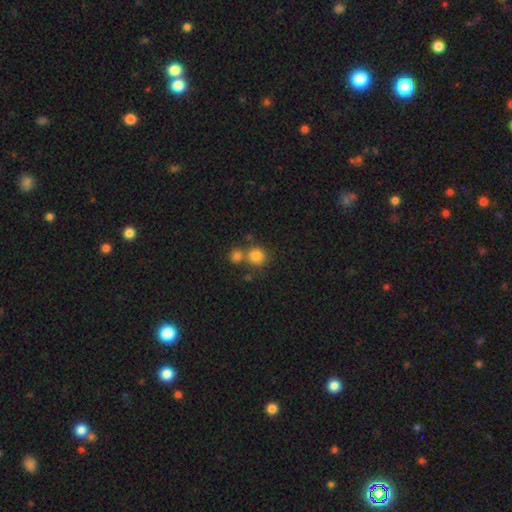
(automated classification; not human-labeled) smooth_or_featured: smooth (p=0.81) [alt: star or artifact p=0.12]
how_rounded: round (p=0.88) [alt: in between p=0.11]
merging: none (p=0.56) [alt: merger p=0.33]